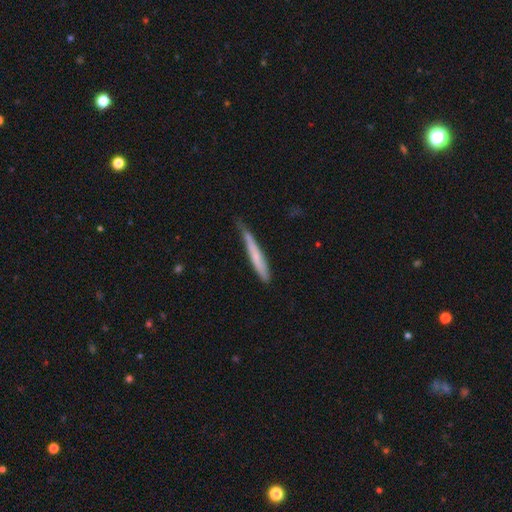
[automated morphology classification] Smooth or featured: smooth — 59% (featured or disk — 35%)
How rounded: cigar-shaped — 95% (in between — 3%)
Merging: none — 54% (minor disturbance — 36%)